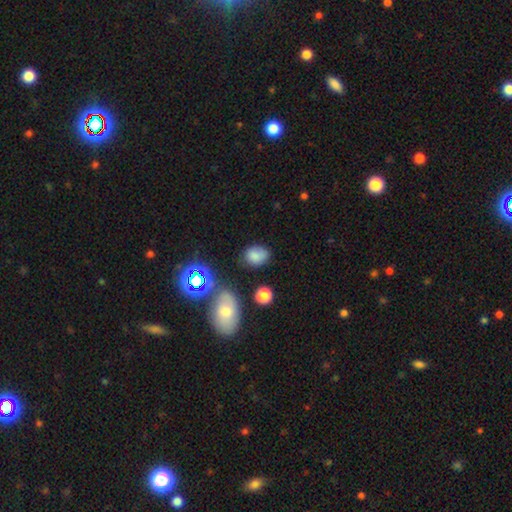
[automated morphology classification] A smooth galaxy with no disk features (75%) that is in between round and cigar-shaped (66%).

Vote fractions:
- Smooth or featured? smooth: 75% / star or artifact: 15% / featured or disk: 10%
- How rounded? in between: 66% / round: 32% / cigar-shaped: 1%
- Merging? none: 65% / minor disturbance: 22% / major disturbance: 7% / merger: 6%